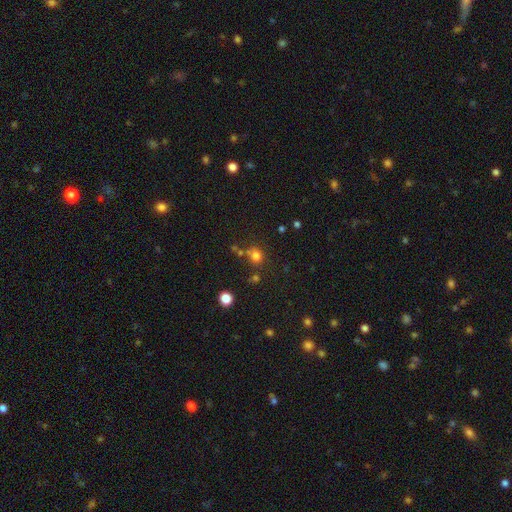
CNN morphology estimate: A smooth galaxy with no disk features (76%) that is round (81%). Merging: none (68%).